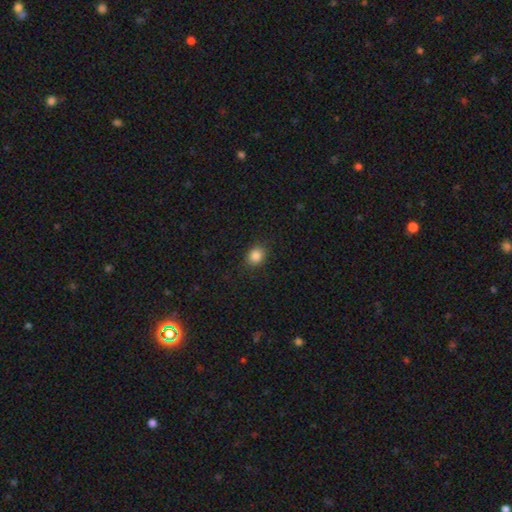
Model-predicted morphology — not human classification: A smooth galaxy with no disk features (85%) that is round (57%).

Vote fractions:
- Smooth or featured? smooth: 85% / star or artifact: 10% / featured or disk: 5%
- How rounded? round: 57% / in between: 42% / cigar-shaped: 1%
- Merging? none: 88% / minor disturbance: 8% / major disturbance: 3% / merger: 1%